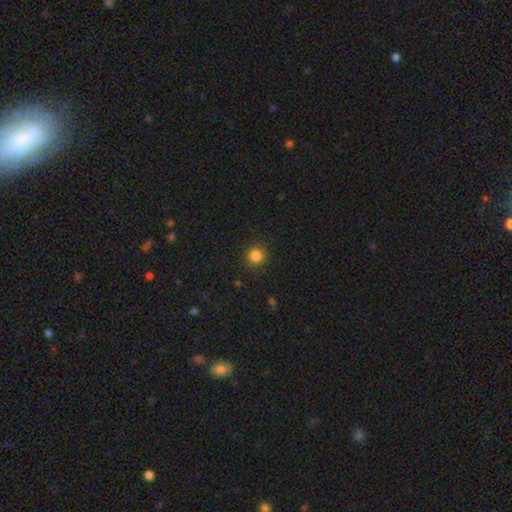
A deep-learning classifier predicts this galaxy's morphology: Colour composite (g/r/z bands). It shows a smooth galaxy with no disk features (84%) that is round (94%). Merging: none (91%).